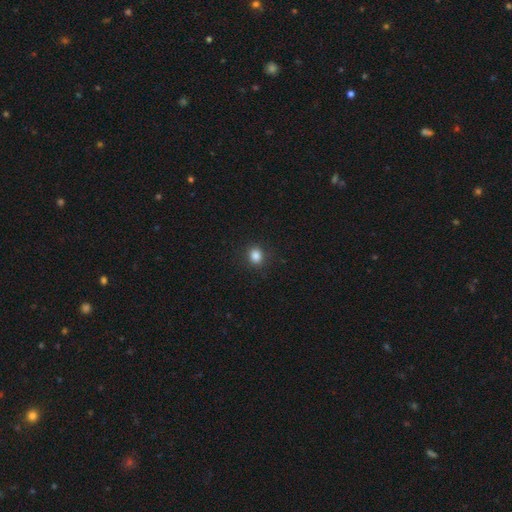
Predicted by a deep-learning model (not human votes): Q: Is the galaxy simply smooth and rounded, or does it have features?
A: smooth — 85%.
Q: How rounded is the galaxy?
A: round — 71%.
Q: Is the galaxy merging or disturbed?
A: none — 89%.